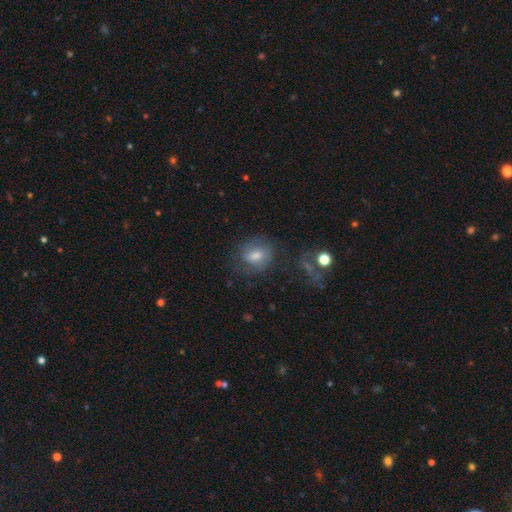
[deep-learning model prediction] smooth 53%, featured or disk 32%, star or artifact 15%. Down the decision tree: how rounded — round (52%); merging — none (61%).